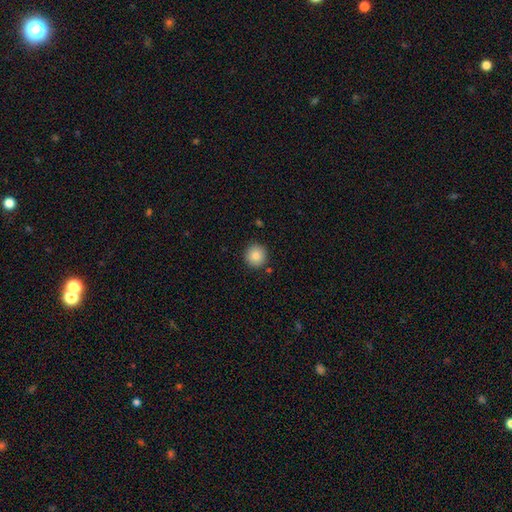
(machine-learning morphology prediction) Smooth or featured?
  - smooth: 86% *
  - star or artifact: 9%
  - featured or disk: 5%
How rounded?
  - round: 95% *
  - in between: 5%
  - cigar-shaped: 1%
Merging?
  - none: 90% *
  - minor disturbance: 6%
  - merger: 2%
  - major disturbance: 2%